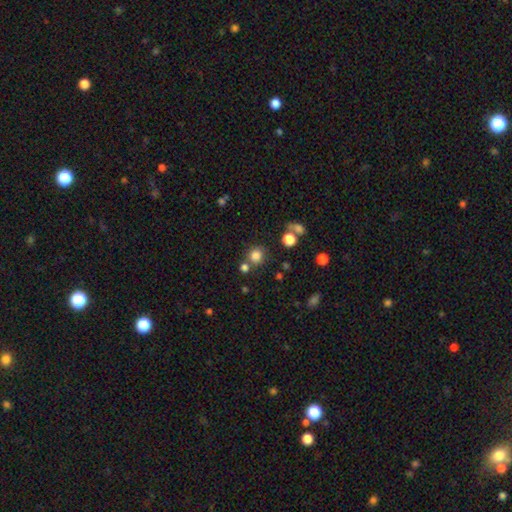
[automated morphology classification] type=smooth (80%); roundness=round (87%); merging=none (72%).